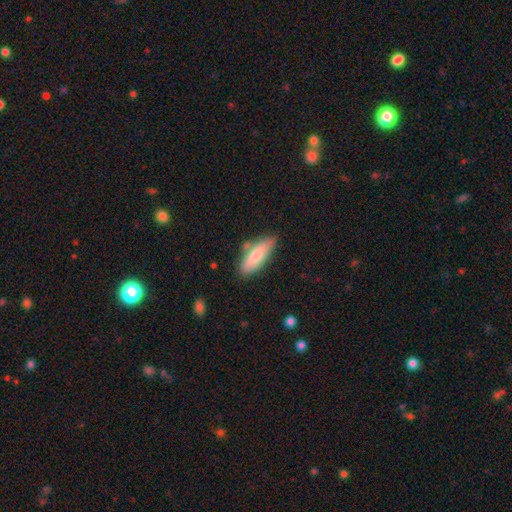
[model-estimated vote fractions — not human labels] Morphology: type=smooth (78%); roundness=in between (60%); merging=none (75%).